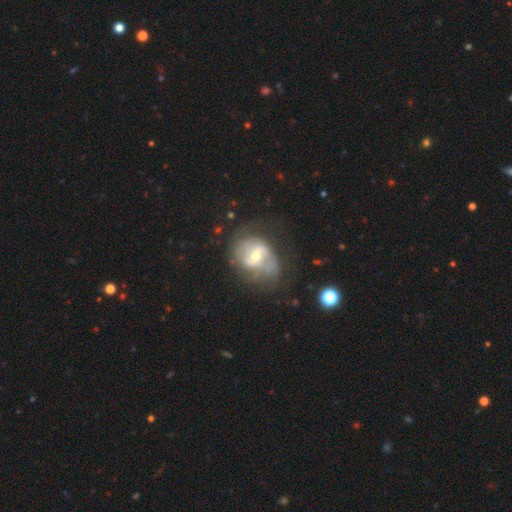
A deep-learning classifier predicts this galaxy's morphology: Q: Smooth or featured?
A: featured or disk (79%); runner-up: smooth (15%)
Q: Edge-on disk?
A: no (97%); runner-up: yes (3%)
Q: Bar?
A: weak (50%); runner-up: no (30%)
Q: Spiral arms?
A: yes (86%); runner-up: no (14%)
Q: Spiral winding?
A: medium (42%); runner-up: tight (35%)
Q: Spiral arm count?
A: 2 (59%); runner-up: can't tell (23%)
Q: Bulge size?
A: moderate (59%); runner-up: small (36%)
Q: Merging?
A: none (55%); runner-up: minor disturbance (23%)